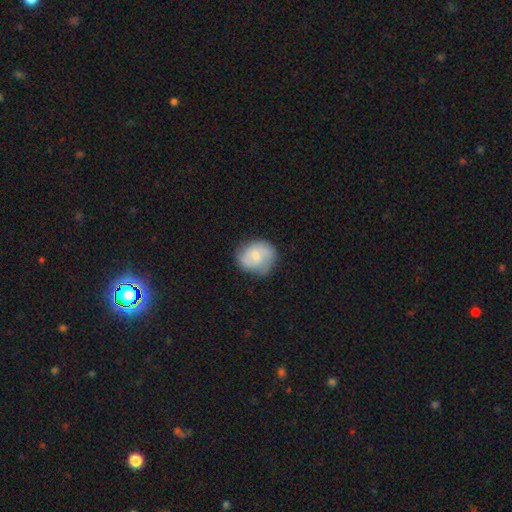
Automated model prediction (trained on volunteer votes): Morphology: type=featured or disk (48%); merging=none (68%).